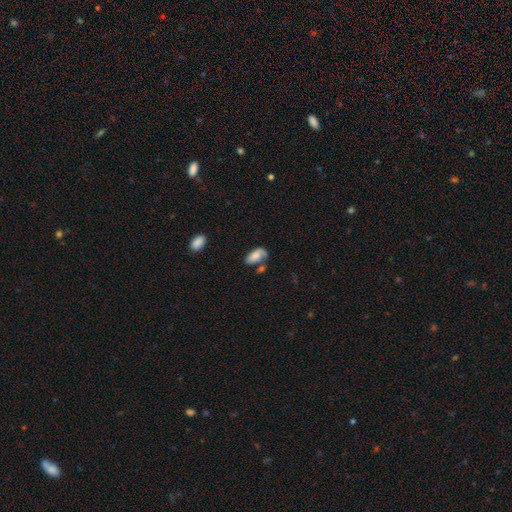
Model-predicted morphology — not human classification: smooth-or-featured: smooth: 71% | featured or disk: 21% | star or artifact: 8%
  how-rounded: in between: 92% | cigar-shaped: 5% | round: 4%
  merging: none: 41% | minor disturbance: 26% | merger: 17% | major disturbance: 15%